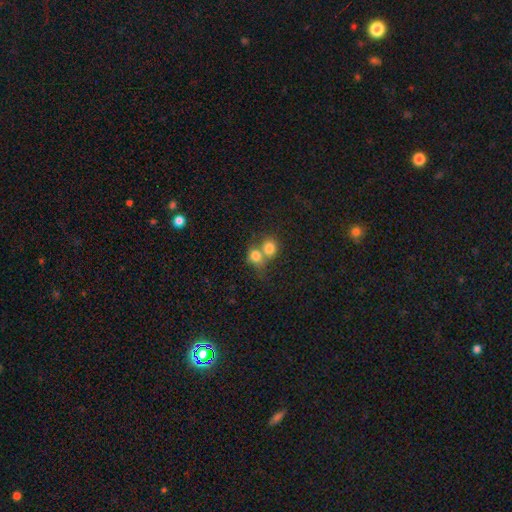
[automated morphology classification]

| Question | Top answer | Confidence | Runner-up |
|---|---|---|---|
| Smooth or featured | smooth | 77% | featured or disk (12%) |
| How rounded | round | 71% | in between (28%) |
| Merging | merger | 66% | none (25%) |